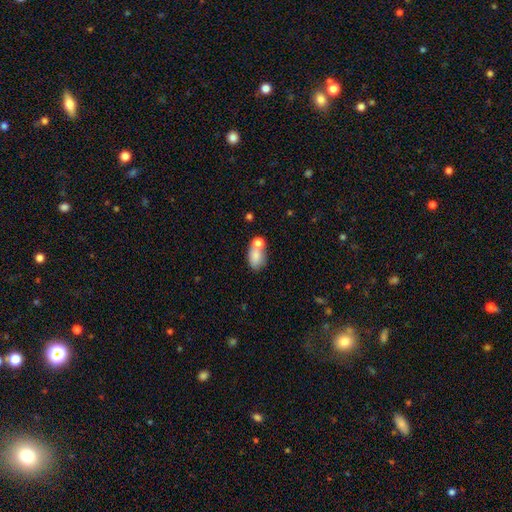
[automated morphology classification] type=smooth (78%); roundness=in between (82%); merging=merger (41%).